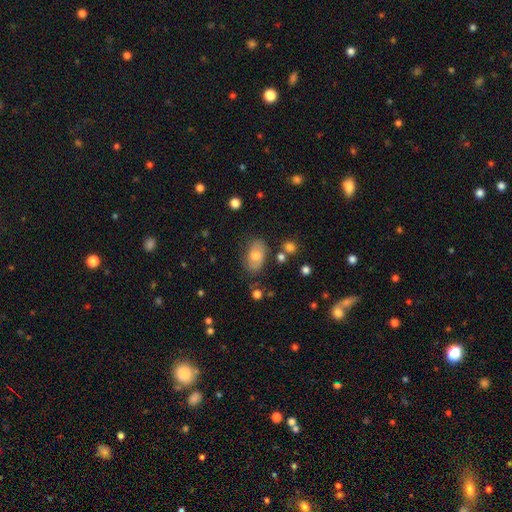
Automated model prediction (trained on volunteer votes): This is possibly a smooth galaxy (58%). How rounded: clearly in between (88%). Merging: likely none (71%).